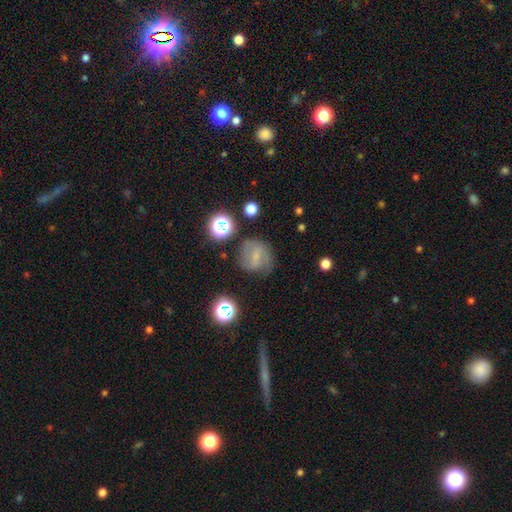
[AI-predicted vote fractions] A featured or disk galaxy (43%). Merging: none (62%).